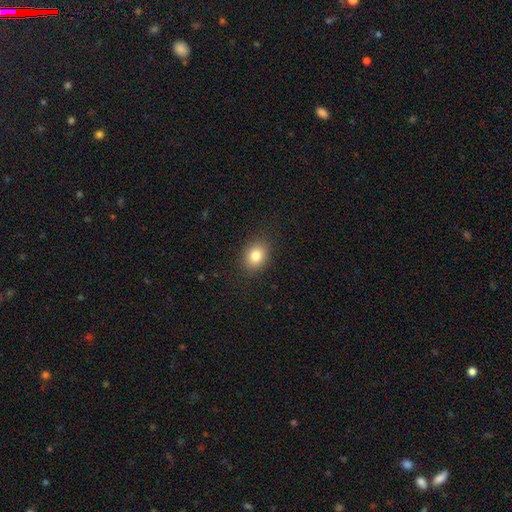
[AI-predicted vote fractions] smooth_or_featured: smooth (p=0.82) [alt: star or artifact p=0.10]
how_rounded: in between (p=0.53) [alt: round p=0.46]
merging: none (p=0.88) [alt: minor disturbance p=0.08]